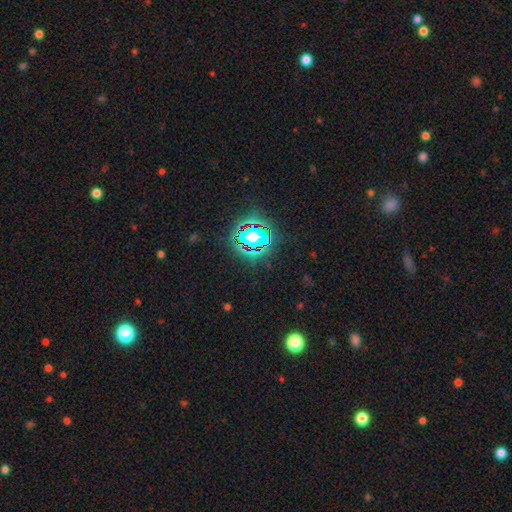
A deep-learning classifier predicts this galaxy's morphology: Overall: star or artifact (78%).